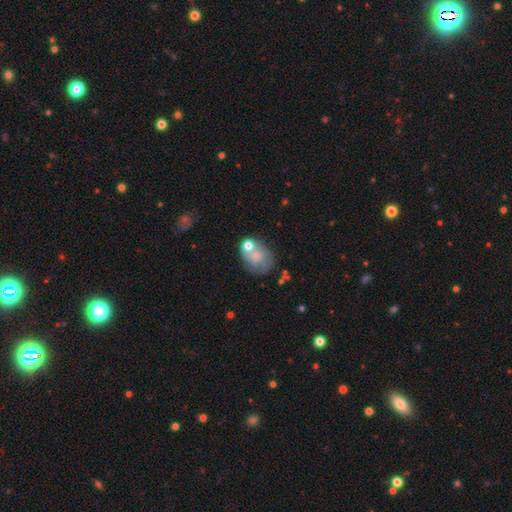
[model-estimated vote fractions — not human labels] A smooth galaxy with no disk features (59%) that is in between round and cigar-shaped (56%).

Vote fractions:
- Smooth or featured? smooth: 59% / featured or disk: 31% / star or artifact: 10%
- How rounded? in between: 56% / round: 43% / cigar-shaped: 1%
- Merging? none: 36% / merger: 26% / minor disturbance: 22% / major disturbance: 16%